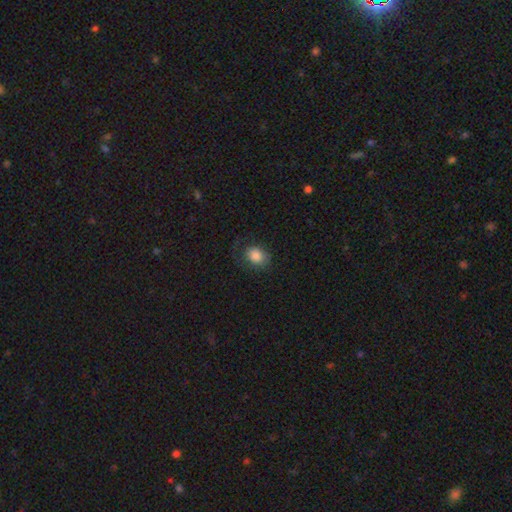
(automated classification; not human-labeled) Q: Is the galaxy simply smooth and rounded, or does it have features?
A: smooth — 81%.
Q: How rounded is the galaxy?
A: in between — 60%.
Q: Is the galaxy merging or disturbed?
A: none — 63%.